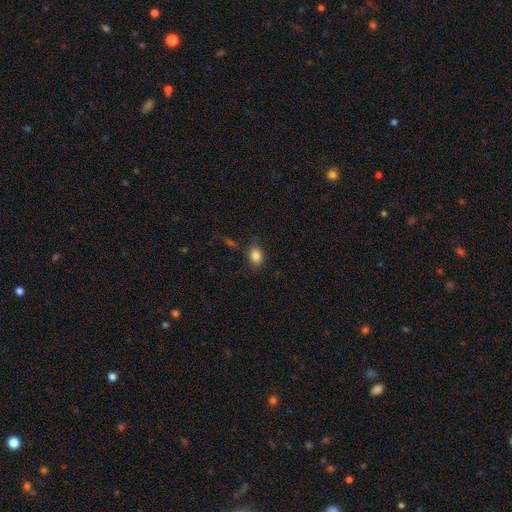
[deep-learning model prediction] Overall: smooth (84%). How rounded: in between (63%; round 36%). Merging: none (78%).